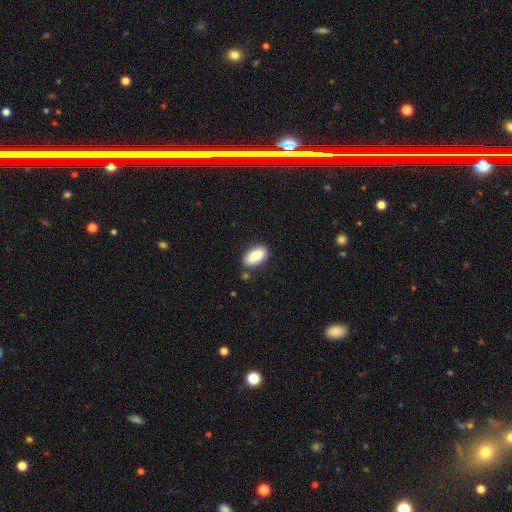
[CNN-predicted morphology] Smooth or featured? Predicted: smooth (p=0.88). How rounded? Predicted: in between (p=0.93). Merging? Predicted: none (p=0.81).